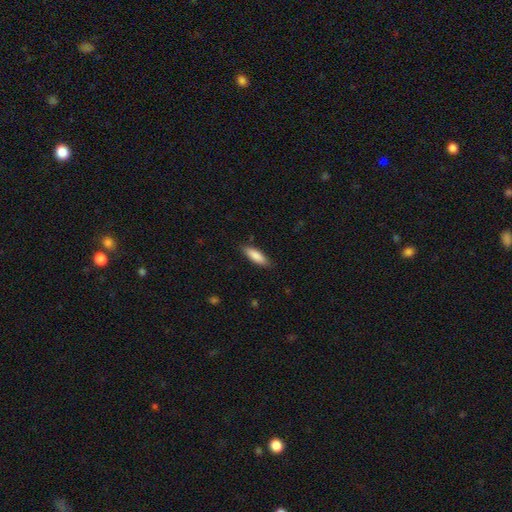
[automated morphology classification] type=smooth (85%); roundness=cigar-shaped (50%); merging=none (86%).